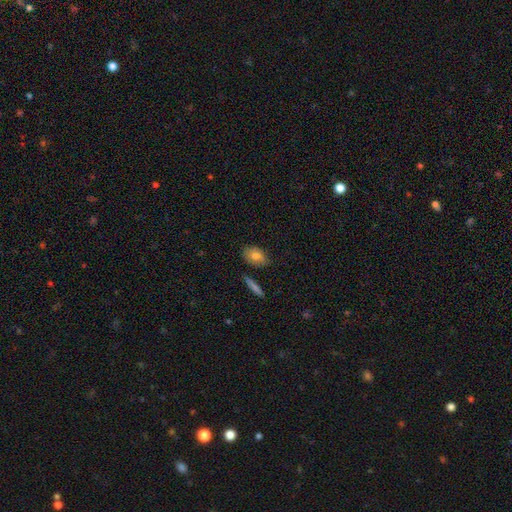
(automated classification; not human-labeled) Smooth or featured: smooth — 81% (featured or disk — 12%)
How rounded: in between — 81% (round — 15%)
Merging: none — 76% (minor disturbance — 16%)